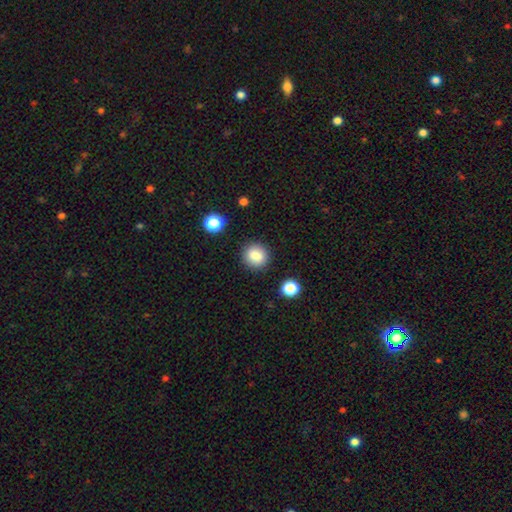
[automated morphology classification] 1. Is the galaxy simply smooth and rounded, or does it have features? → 85% smooth, 10% star or artifact, 5% featured or disk.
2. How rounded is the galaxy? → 87% round, 12% in between, 1% cigar-shaped.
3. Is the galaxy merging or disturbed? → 88% none, 8% minor disturbance, 2% major disturbance, 2% merger.